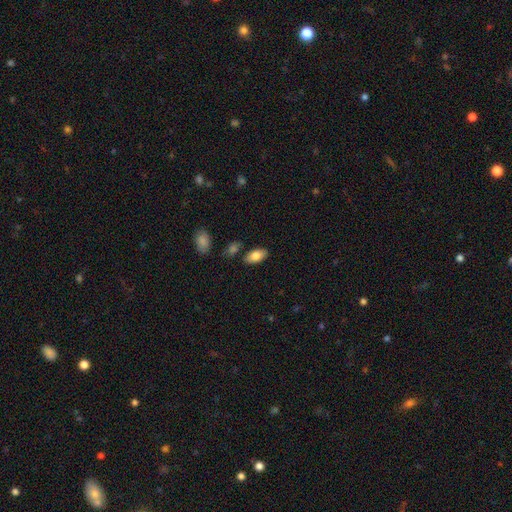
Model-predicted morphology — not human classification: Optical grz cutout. It shows a smooth galaxy with no disk features (83%) that is in between round and cigar-shaped (94%). Merging: none (82%).